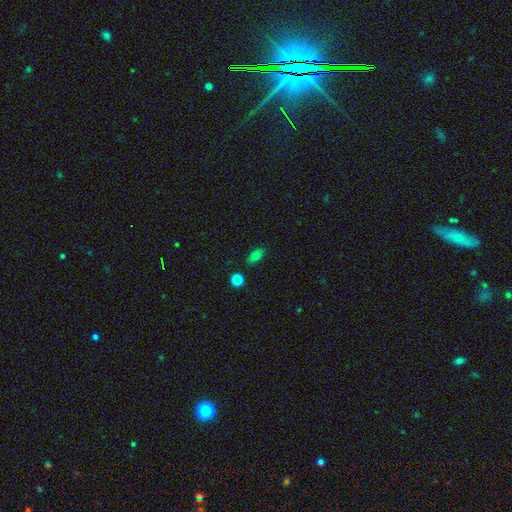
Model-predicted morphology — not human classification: Smooth or featured?
  - smooth: 79% *
  - star or artifact: 13%
  - featured or disk: 8%
How rounded?
  - in between: 82% *
  - round: 11%
  - cigar-shaped: 7%
Merging?
  - none: 83% *
  - minor disturbance: 12%
  - merger: 3%
  - major disturbance: 3%